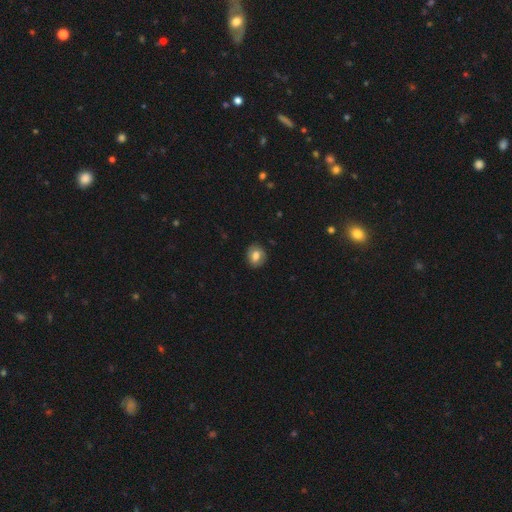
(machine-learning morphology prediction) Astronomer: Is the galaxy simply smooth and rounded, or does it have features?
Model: smooth — 74%.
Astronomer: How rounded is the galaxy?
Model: round — 64%.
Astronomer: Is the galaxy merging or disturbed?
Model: none — 85%.